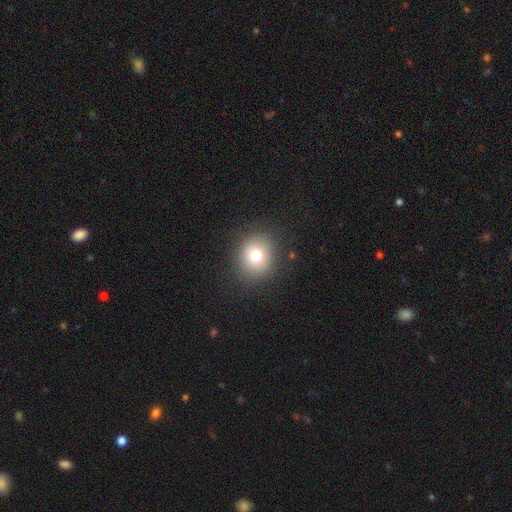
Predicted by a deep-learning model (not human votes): Overall: smooth (75%). How rounded: round (81%). Merging: none (88%).